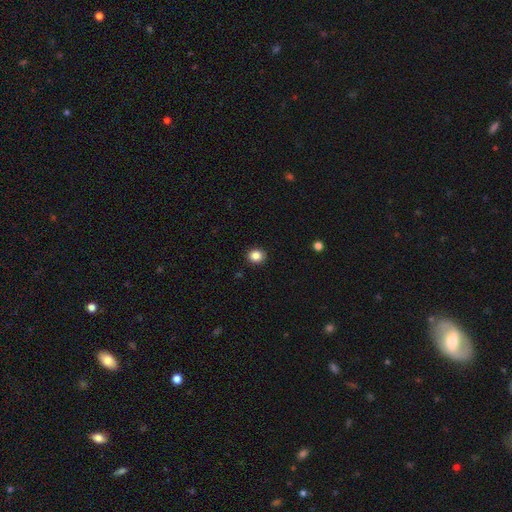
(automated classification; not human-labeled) smooth 86%, star or artifact 10%, featured or disk 4%. Down the decision tree: how rounded — round (77%); merging — none (92%).